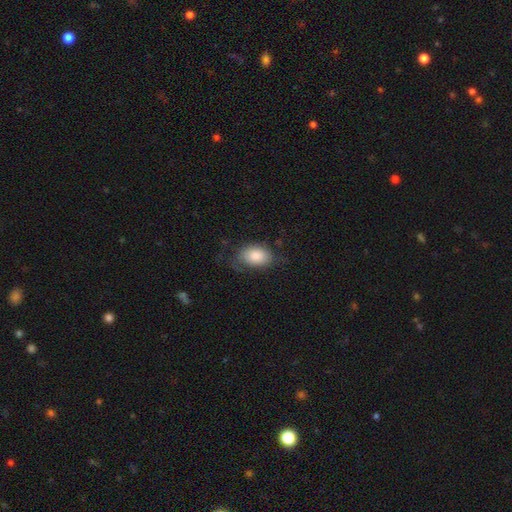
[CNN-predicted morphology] Smooth or featured? smooth (82%)
How rounded? in between (89%)
Merging? none (59%)